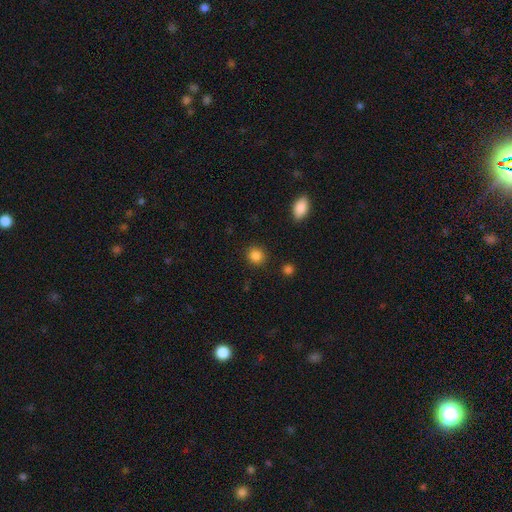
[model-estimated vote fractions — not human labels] The model was most divided on "how rounded": round: 87%, in between: 12%, cigar-shaped: 1%. More confident: merging — none (89%); smooth or featured — smooth (86%).